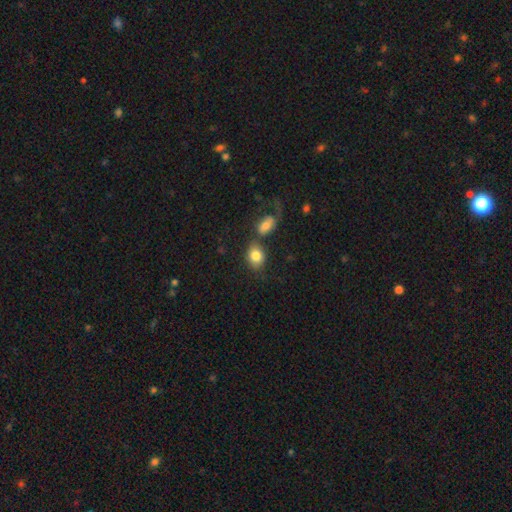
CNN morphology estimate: A smooth galaxy with no disk features (82%) that is in between round and cigar-shaped (66%). Merging: none (54%).